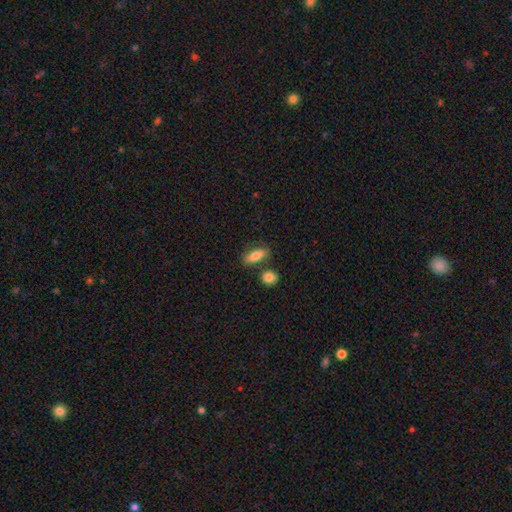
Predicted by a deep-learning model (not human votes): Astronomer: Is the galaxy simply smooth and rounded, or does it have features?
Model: smooth — 79%.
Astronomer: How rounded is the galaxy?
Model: in between — 76%.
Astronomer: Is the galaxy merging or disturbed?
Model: none — 71%.